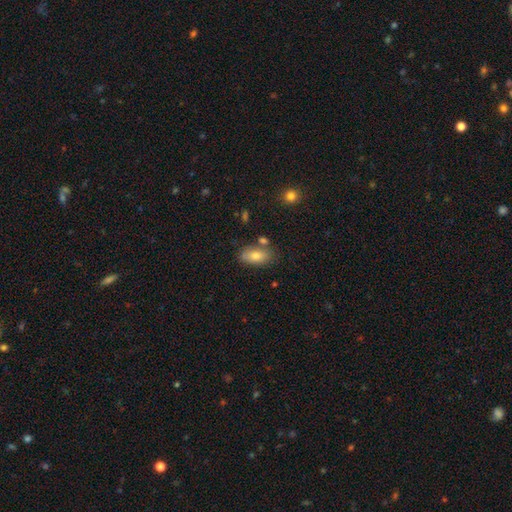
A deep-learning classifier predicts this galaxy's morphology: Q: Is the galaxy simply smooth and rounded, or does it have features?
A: smooth — 78%.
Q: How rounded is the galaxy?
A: in between — 89%.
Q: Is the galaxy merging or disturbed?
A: none — 73%.